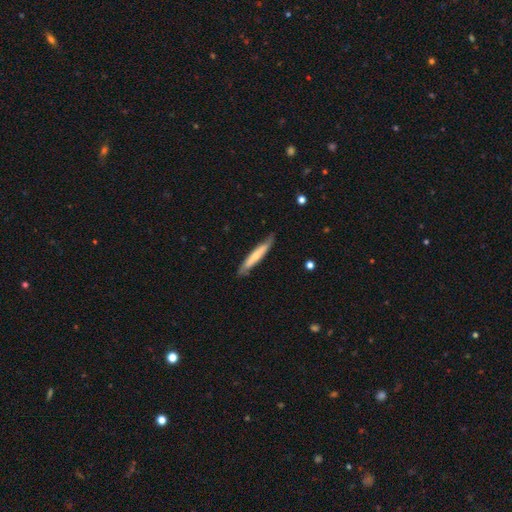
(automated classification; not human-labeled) Smooth or featured: smooth — 56% (featured or disk — 39%)
How rounded: cigar-shaped — 91% (in between — 8%)
Merging: none — 79% (minor disturbance — 17%)